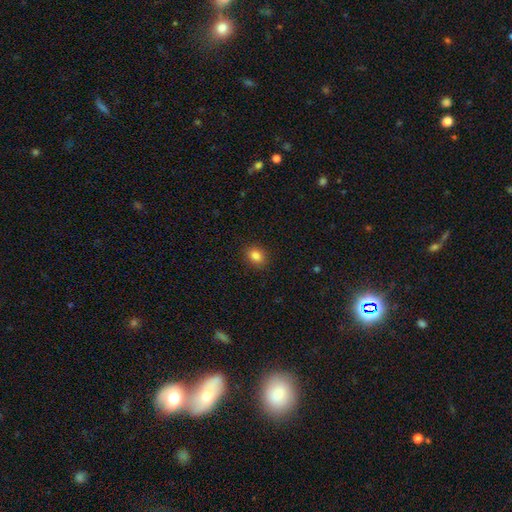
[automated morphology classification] This is clearly a smooth galaxy (84%). How rounded: possibly in between (53%). Merging: clearly none (90%).